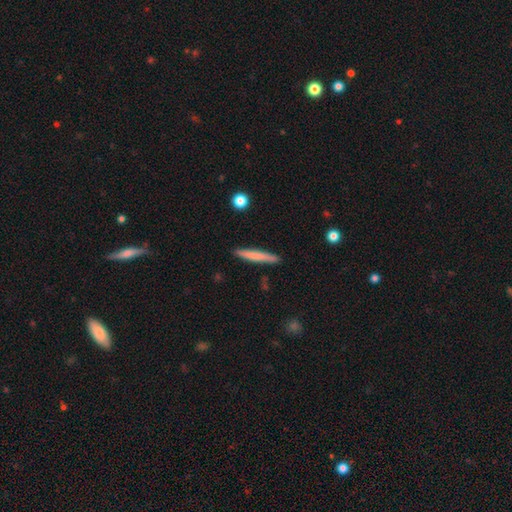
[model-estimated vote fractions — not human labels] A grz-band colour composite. It shows a smooth galaxy with no disk features (72%) that is cigar-shaped (96%). Merging: none (90%).